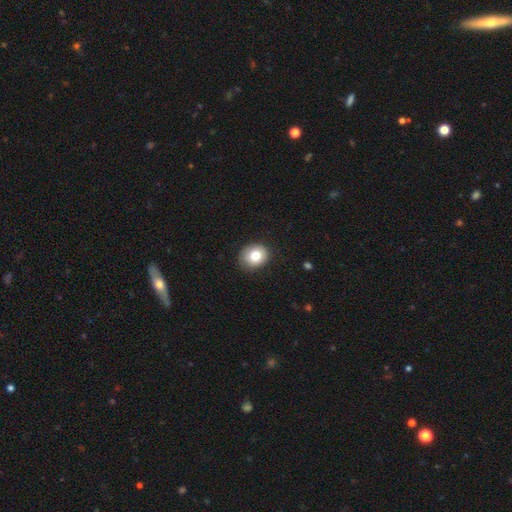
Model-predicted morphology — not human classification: This appears to be a smooth galaxy with no disk features (81%) that is round (70%). Merging: none (82%).